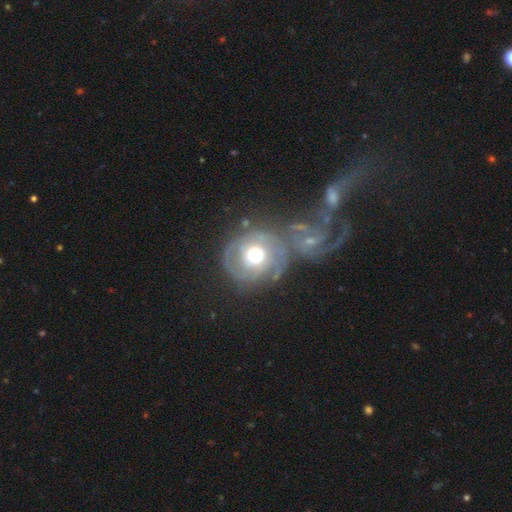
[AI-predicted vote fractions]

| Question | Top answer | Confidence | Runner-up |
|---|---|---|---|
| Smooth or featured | featured or disk | 74% | smooth (19%) |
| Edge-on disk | no | 97% | yes (3%) |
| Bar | no | 75% | weak (19%) |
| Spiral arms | yes | 86% | no (14%) |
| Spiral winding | tight | 65% | medium (27%) |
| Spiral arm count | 2 | 28% | can't tell (27%) |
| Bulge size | moderate | 64% | large (28%) |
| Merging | none | 39% | merger (38%) |